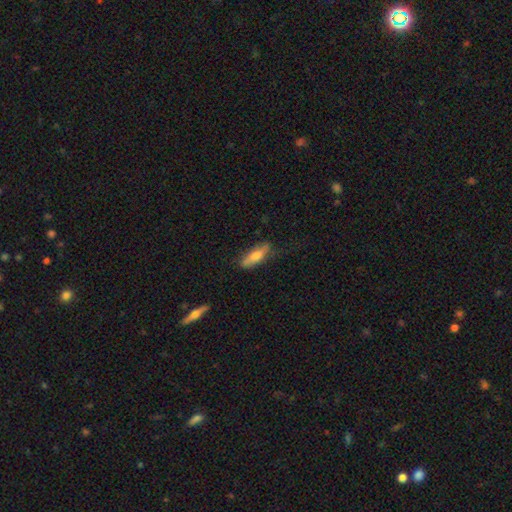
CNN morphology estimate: This is likely a smooth galaxy (68%). How rounded: possibly cigar-shaped (53%). Merging: likely none (68%).